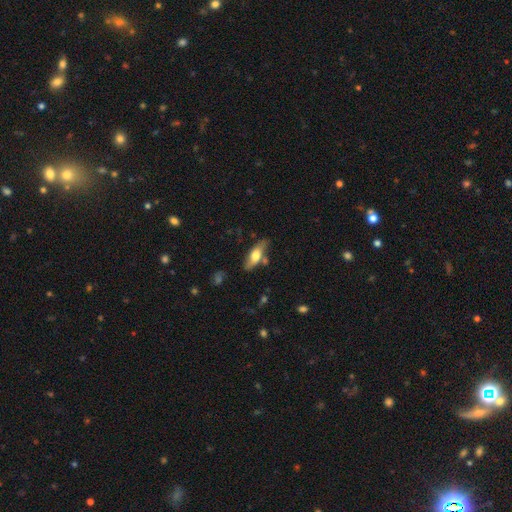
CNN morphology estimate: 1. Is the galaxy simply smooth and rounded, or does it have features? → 59% smooth, 34% featured or disk, 6% star or artifact.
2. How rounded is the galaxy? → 66% in between, 31% cigar-shaped, 3% round.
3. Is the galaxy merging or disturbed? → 69% none, 19% minor disturbance, 8% merger, 5% major disturbance.